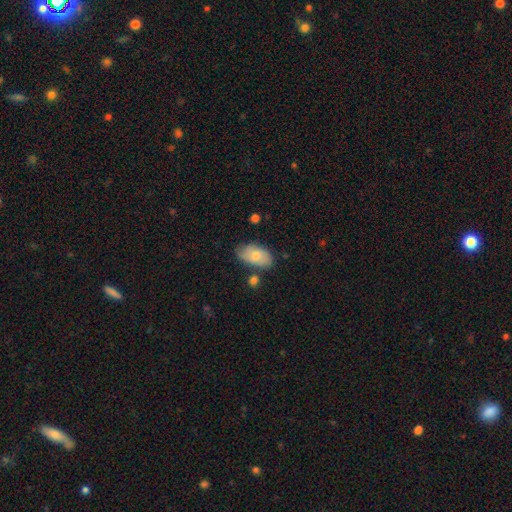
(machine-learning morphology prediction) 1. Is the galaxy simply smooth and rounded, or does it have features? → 74% smooth, 19% featured or disk, 6% star or artifact.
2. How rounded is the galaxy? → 94% in between, 4% round, 2% cigar-shaped.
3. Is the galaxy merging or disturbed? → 67% none, 22% minor disturbance, 6% merger, 5% major disturbance.